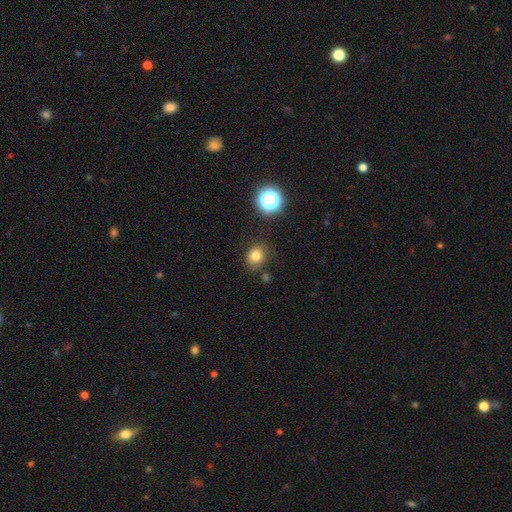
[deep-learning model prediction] Q: Smooth or featured?
A: smooth (79%); runner-up: star or artifact (14%)
Q: How rounded?
A: round (67%); runner-up: in between (32%)
Q: Merging?
A: none (80%); runner-up: minor disturbance (13%)